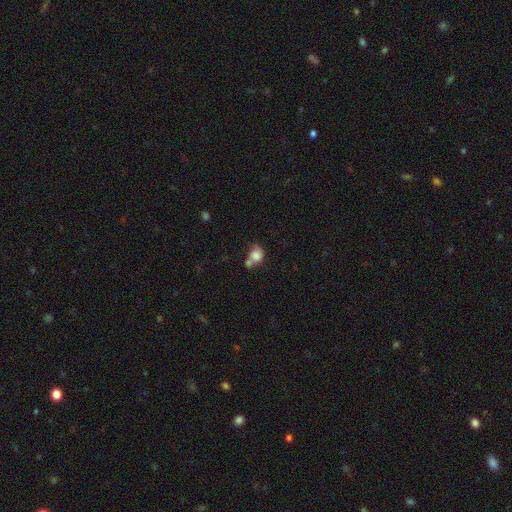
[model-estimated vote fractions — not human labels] Morphology: type=smooth (74%); roundness=round (50%); merging=merger (43%).